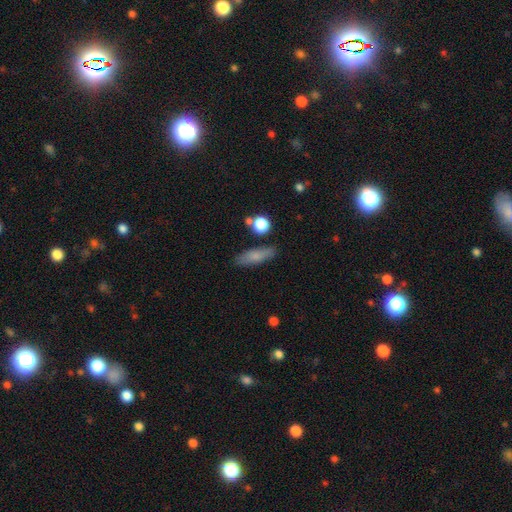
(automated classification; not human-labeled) Smooth or featured? smooth (76%)
How rounded? cigar-shaped (51%)
Merging? none (80%)